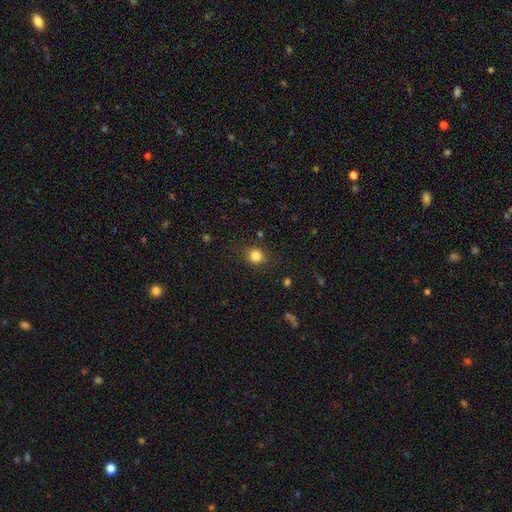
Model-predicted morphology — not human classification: The model was most divided on "smooth or featured": smooth: 83%, star or artifact: 12%, featured or disk: 5%. More confident: merging — none (86%); how rounded — round (86%).